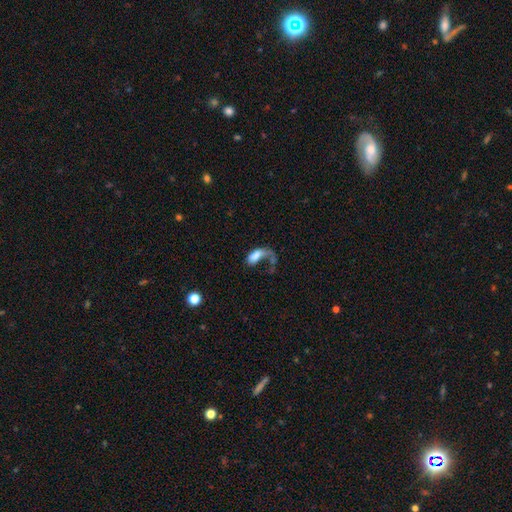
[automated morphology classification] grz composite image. It shows a smooth galaxy with no disk features (57%) that is in between round and cigar-shaped (82%). Merging: major disturbance (56%).